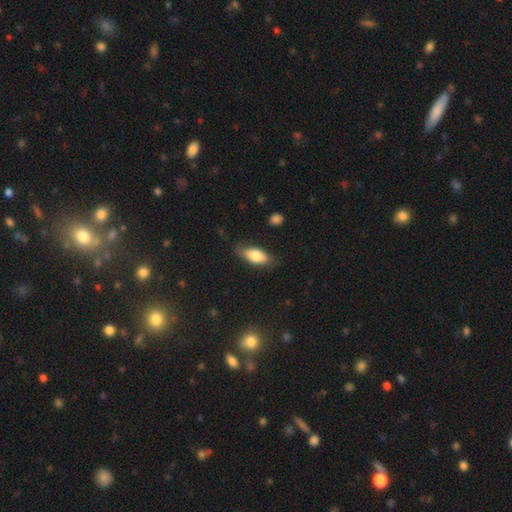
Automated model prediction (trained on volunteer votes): Smooth or featured?
  - smooth: 76% *
  - featured or disk: 17%
  - star or artifact: 7%
How rounded?
  - in between: 85% *
  - cigar-shaped: 12%
  - round: 3%
Merging?
  - none: 76% *
  - minor disturbance: 18%
  - major disturbance: 4%
  - merger: 1%